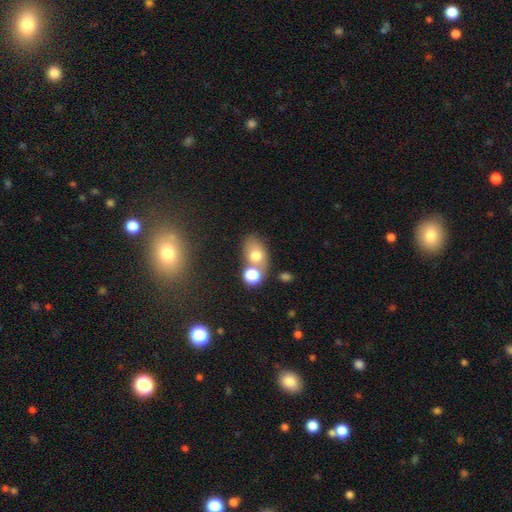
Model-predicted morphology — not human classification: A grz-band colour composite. It shows a smooth galaxy with no disk features (70%) that is in between round and cigar-shaped (74%). Merging: none (50%).